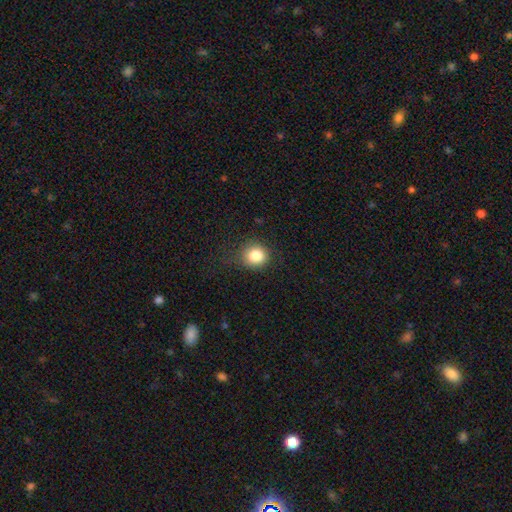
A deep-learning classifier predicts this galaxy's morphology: smooth 83%, star or artifact 11%, featured or disk 6%. Down the decision tree: how rounded — round (85%); merging — none (80%).